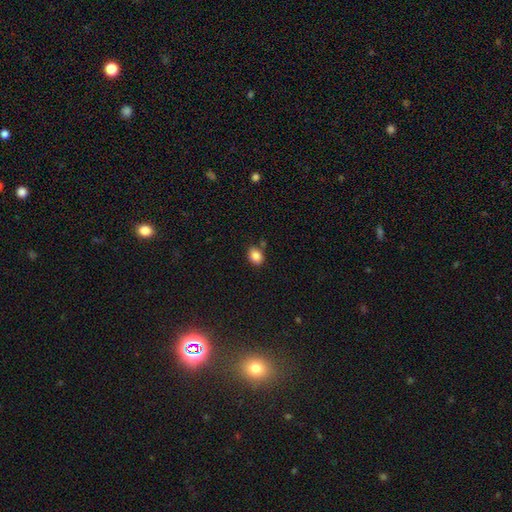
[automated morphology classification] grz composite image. It shows a smooth galaxy with no disk features (85%) that is in between round and cigar-shaped (60%). Merging: none (72%).